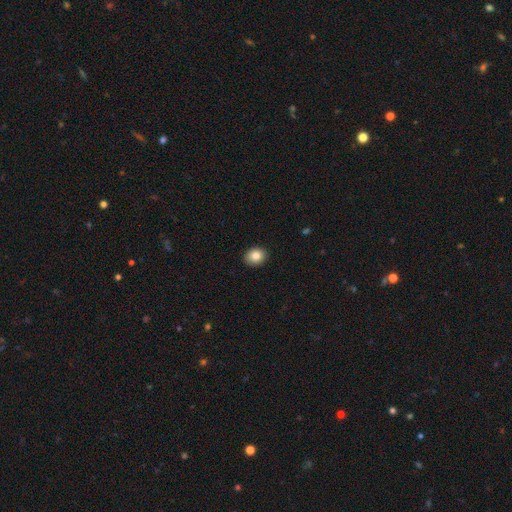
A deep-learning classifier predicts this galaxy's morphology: A smooth galaxy with no disk features (83%) that is round (56%). Merging: none (91%).